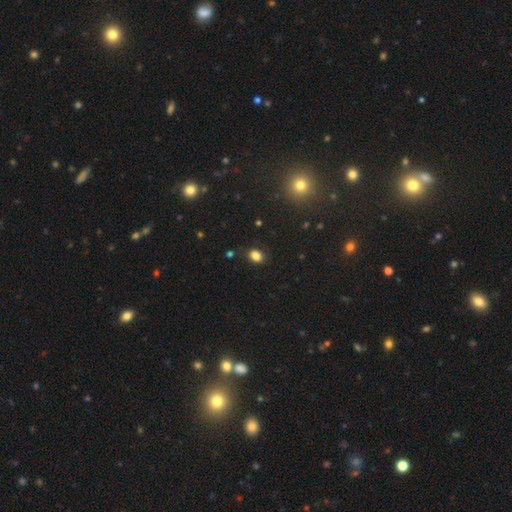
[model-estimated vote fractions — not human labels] Smooth or featured? smooth (83%)
How rounded? in between (70%)
Merging? none (84%)